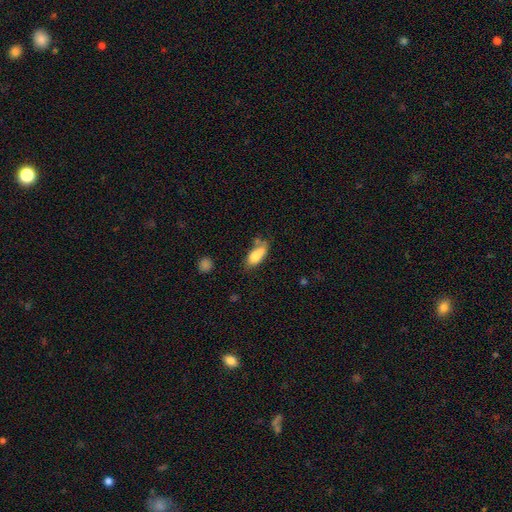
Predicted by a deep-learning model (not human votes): Smooth or featured? smooth (76%)
How rounded? in between (79%)
Merging? none (43%)